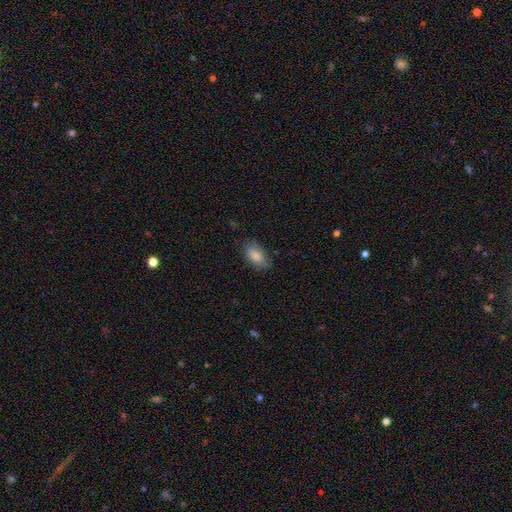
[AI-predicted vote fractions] A smooth galaxy with no disk features (84%) that is in between round and cigar-shaped (92%).

Vote fractions:
- Smooth or featured? smooth: 84% / featured or disk: 9% / star or artifact: 7%
- How rounded? in between: 92% / round: 5% / cigar-shaped: 3%
- Merging? none: 72% / minor disturbance: 21% / major disturbance: 5% / merger: 1%